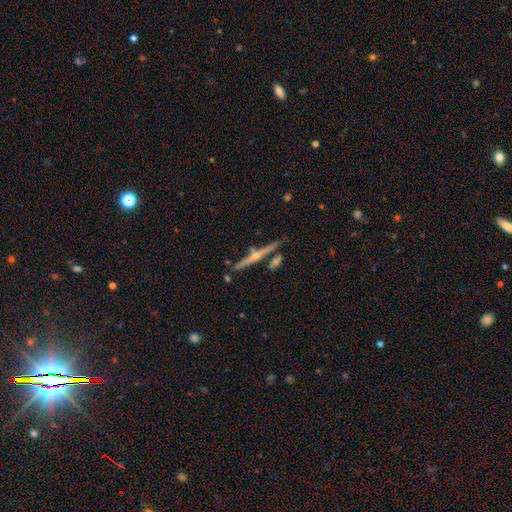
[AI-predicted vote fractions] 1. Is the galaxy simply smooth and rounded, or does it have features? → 81% featured or disk, 12% smooth, 7% star or artifact.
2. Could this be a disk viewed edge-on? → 98% yes, 2% no.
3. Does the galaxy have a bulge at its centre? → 89% rounded, 8% none, 4% boxy.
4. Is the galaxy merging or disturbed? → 82% none, 9% minor disturbance, 7% merger, 2% major disturbance.